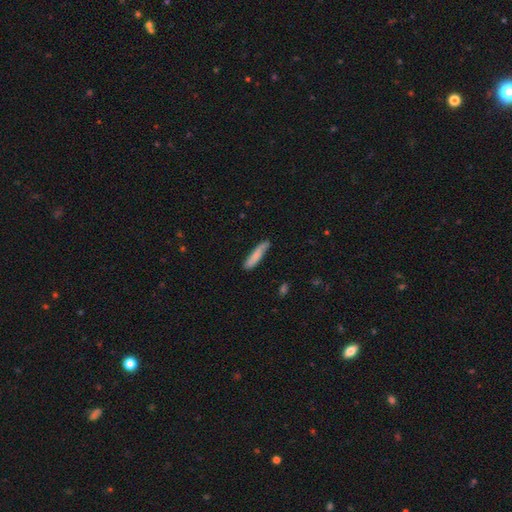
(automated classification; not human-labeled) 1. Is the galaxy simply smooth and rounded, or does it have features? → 76% smooth, 18% featured or disk, 6% star or artifact.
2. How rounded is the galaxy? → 85% cigar-shaped, 14% in between, 1% round.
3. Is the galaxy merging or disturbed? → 70% none, 23% minor disturbance, 4% major disturbance, 3% merger.